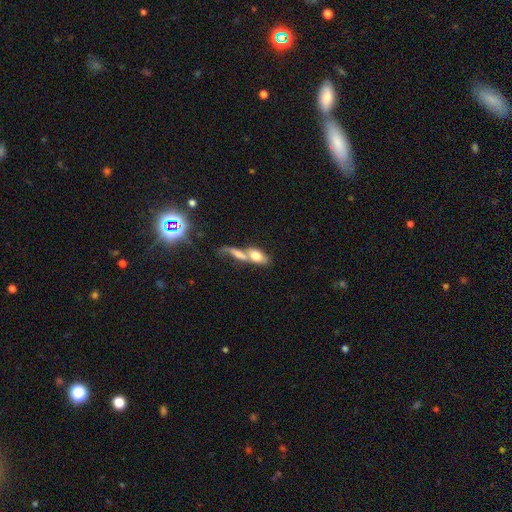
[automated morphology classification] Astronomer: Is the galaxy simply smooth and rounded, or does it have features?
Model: smooth — 64%.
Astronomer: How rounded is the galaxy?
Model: in between — 75%.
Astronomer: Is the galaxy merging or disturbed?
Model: merger — 64%.